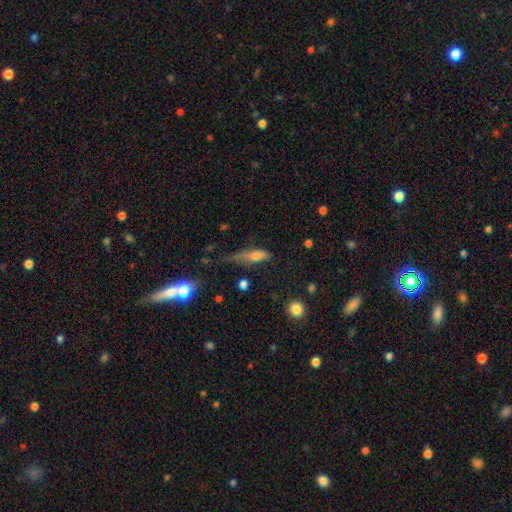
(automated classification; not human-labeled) Smooth or featured: smooth — 65% (featured or disk — 24%)
How rounded: cigar-shaped — 52% (in between — 43%)
Merging: minor disturbance — 35% (none — 32%)